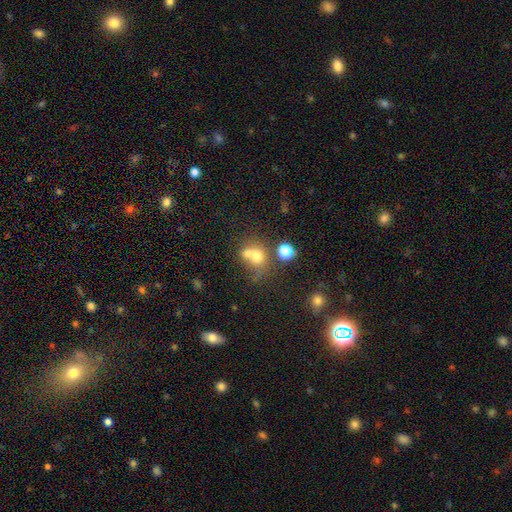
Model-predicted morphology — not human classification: Overall: smooth (67%). How rounded: round (75%). Merging: merger (52%; none 34%).